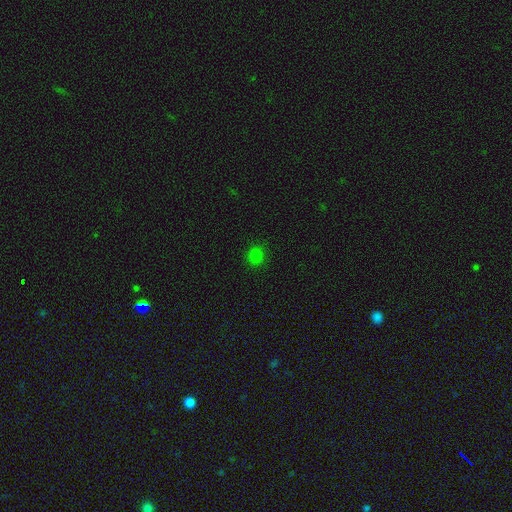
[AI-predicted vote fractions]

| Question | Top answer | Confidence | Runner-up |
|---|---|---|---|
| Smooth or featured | smooth | 80% | star or artifact (17%) |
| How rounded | round | 82% | in between (17%) |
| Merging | none | 89% | minor disturbance (7%) |